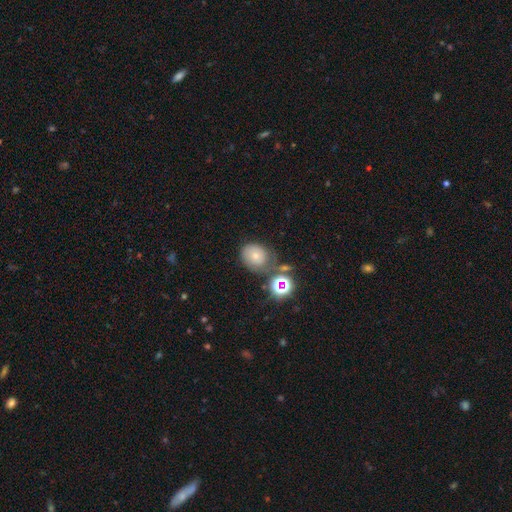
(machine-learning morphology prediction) Overall: smooth (61%). How rounded: round (64%; in between 35%). Merging: none (56%; minor disturbance 21%).